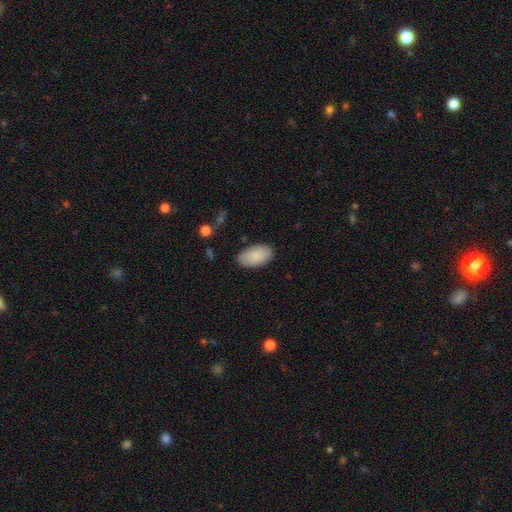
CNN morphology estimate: type=smooth (86%); roundness=in between (95%); merging=none (84%).